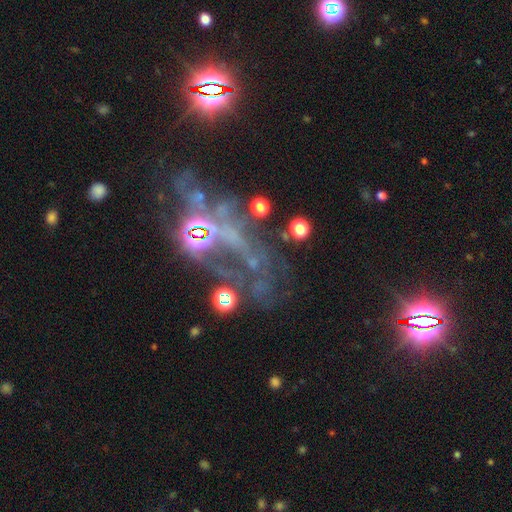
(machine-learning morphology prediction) Smooth or featured? star or artifact (51%)